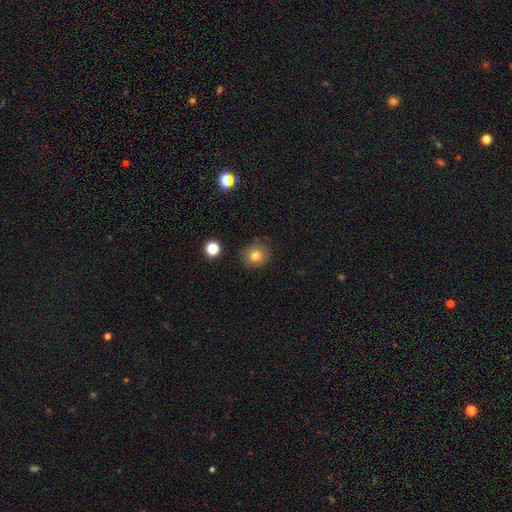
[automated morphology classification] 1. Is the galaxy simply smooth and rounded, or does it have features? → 79% smooth, 12% star or artifact, 10% featured or disk.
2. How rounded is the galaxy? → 84% round, 16% in between, 1% cigar-shaped.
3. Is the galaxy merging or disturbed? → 85% none, 10% minor disturbance, 3% major disturbance, 2% merger.